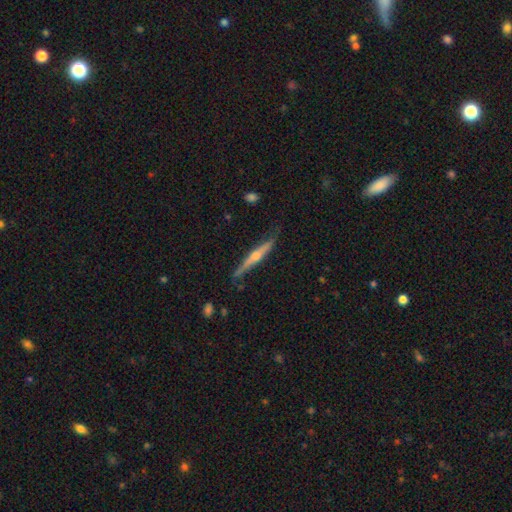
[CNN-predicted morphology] A featured or disk galaxy (71%) viewed edge-on (97%) with a rounded central bulge (89%). Merging: none (78%).